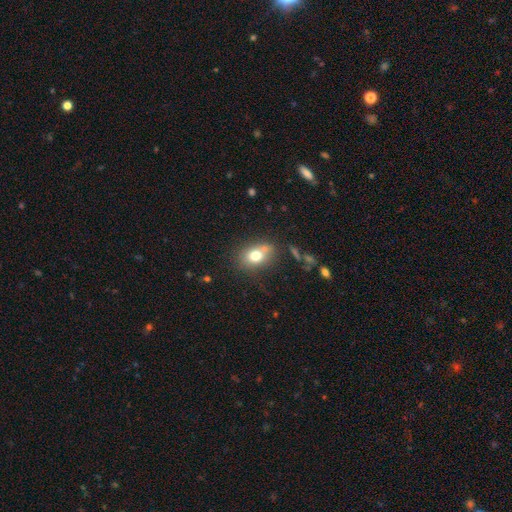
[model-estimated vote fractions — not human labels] smooth_or_featured: smooth (p=0.73) [alt: featured or disk p=0.15]
how_rounded: in between (p=0.59) [alt: round p=0.39]
merging: none (p=0.61) [alt: minor disturbance p=0.19]